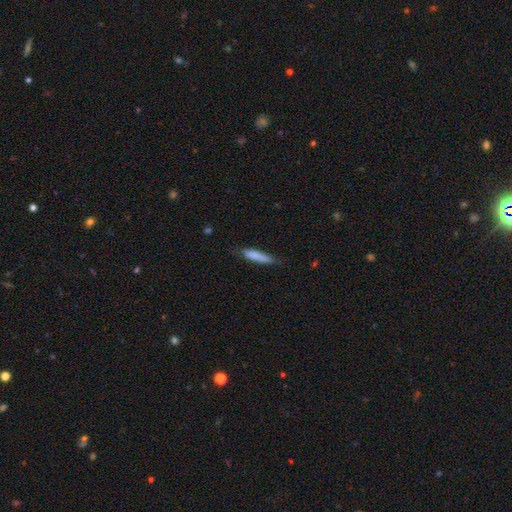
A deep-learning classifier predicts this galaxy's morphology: Smooth or featured? Predicted: smooth (p=0.80). How rounded? Predicted: cigar-shaped (p=0.83). Merging? Predicted: none (p=0.69).